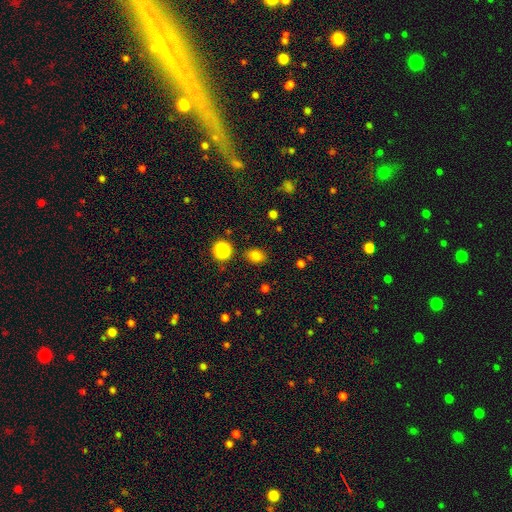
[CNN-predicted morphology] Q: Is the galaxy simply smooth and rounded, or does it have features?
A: smooth — 81%.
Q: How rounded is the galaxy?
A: in between — 55%.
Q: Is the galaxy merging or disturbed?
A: none — 85%.